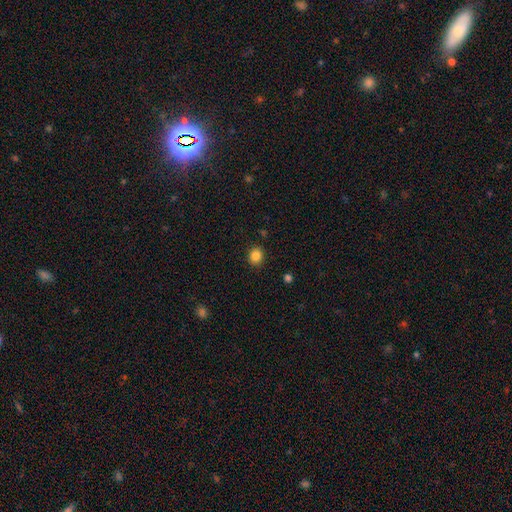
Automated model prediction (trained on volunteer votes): Smooth or featured?
  - smooth: 85% *
  - star or artifact: 11%
  - featured or disk: 4%
How rounded?
  - round: 77% *
  - in between: 22%
  - cigar-shaped: 1%
Merging?
  - none: 89% *
  - minor disturbance: 7%
  - major disturbance: 2%
  - merger: 1%